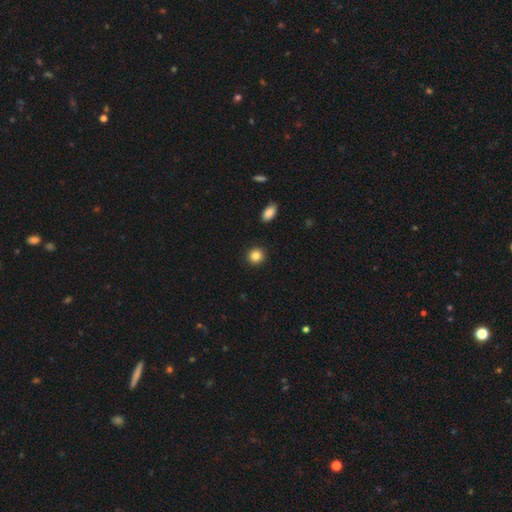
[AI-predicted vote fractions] Smooth or featured? smooth (86%)
How rounded? round (90%)
Merging? none (92%)